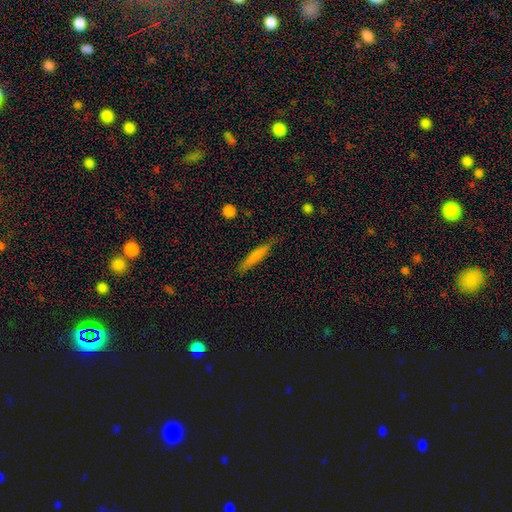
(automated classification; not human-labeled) smooth 71%, featured or disk 22%, star or artifact 7%. Down the decision tree: how rounded — cigar-shaped (89%); merging — none (81%).